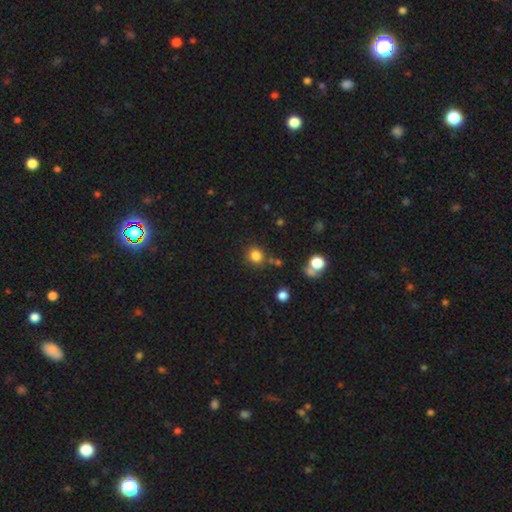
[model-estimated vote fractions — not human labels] Smooth or featured: smooth — 82% (star or artifact — 13%)
How rounded: round — 82% (in between — 17%)
Merging: none — 80% (minor disturbance — 11%)